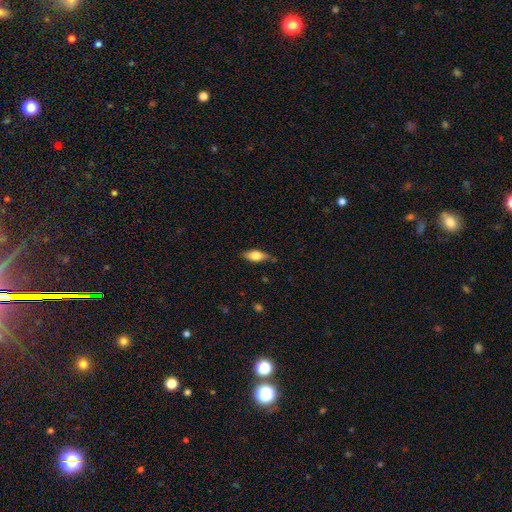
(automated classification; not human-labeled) Smooth or featured?
  - smooth: 64% *
  - featured or disk: 30%
  - star or artifact: 7%
How rounded?
  - in between: 76% *
  - cigar-shaped: 21%
  - round: 4%
Merging?
  - none: 78% *
  - minor disturbance: 17%
  - major disturbance: 3%
  - merger: 1%